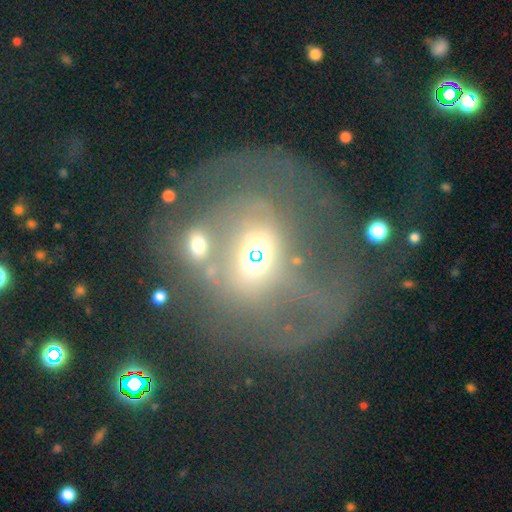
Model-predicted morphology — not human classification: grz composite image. It shows a smooth galaxy with no disk features (41%). Merging: merger (35%).